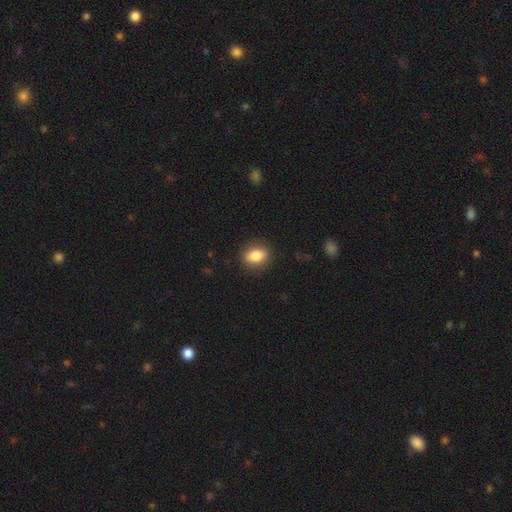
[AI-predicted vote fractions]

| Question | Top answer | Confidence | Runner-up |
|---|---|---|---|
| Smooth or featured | smooth | 84% | star or artifact (9%) |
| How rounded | in between | 65% | round (33%) |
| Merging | none | 87% | minor disturbance (9%) |